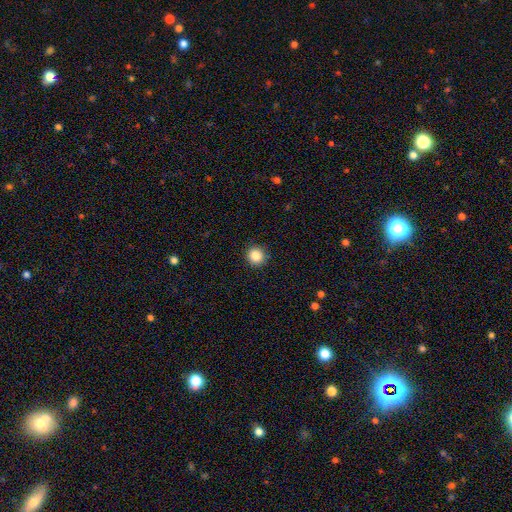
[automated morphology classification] A smooth galaxy with no disk features (85%) that is round (93%). Merging: none (92%).